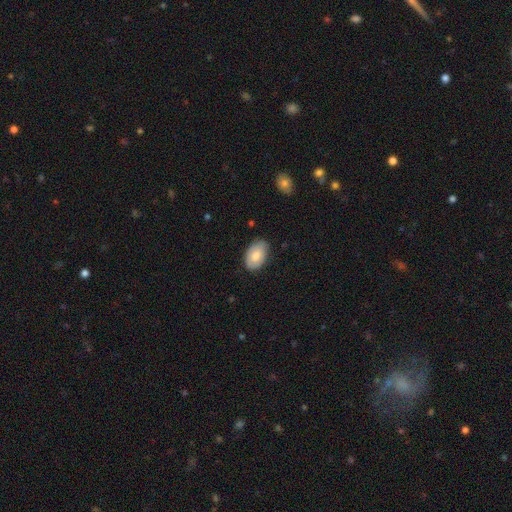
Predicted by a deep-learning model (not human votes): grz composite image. It shows a smooth galaxy with no disk features (73%) that is in between round and cigar-shaped (91%). Merging: none (78%).